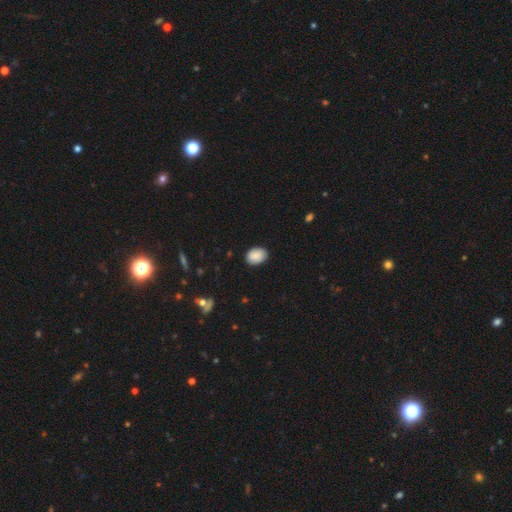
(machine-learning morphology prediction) smooth 88%, star or artifact 7%, featured or disk 5%. Down the decision tree: how rounded — in between (75%); merging — none (84%).